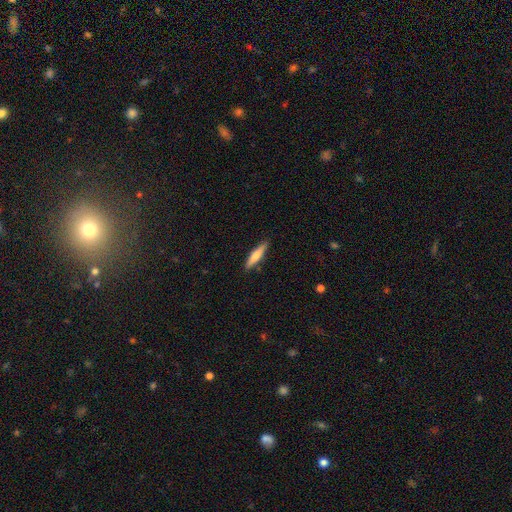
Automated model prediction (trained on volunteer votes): A smooth galaxy with no disk features (65%) that is cigar-shaped (83%).

Vote fractions:
- Smooth or featured? smooth: 65% / featured or disk: 29% / star or artifact: 6%
- How rounded? cigar-shaped: 83% / in between: 15% / round: 1%
- Merging? none: 87% / minor disturbance: 9% / major disturbance: 2% / merger: 1%